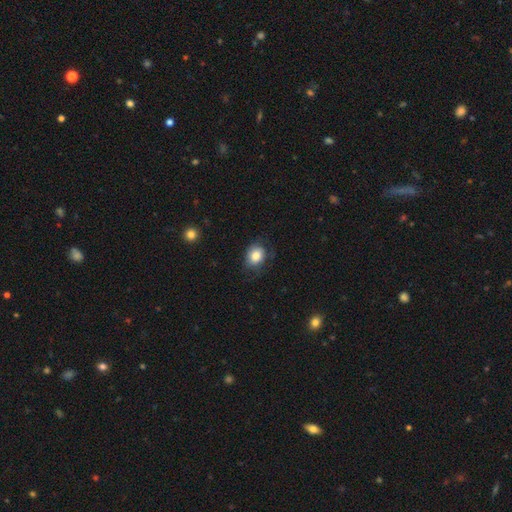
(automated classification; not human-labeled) Smooth or featured: smooth — 81% (featured or disk — 11%)
How rounded: round — 51% (in between — 48%)
Merging: none — 69% (minor disturbance — 21%)